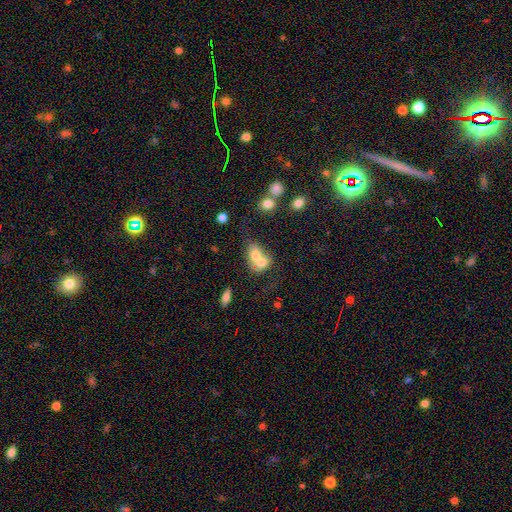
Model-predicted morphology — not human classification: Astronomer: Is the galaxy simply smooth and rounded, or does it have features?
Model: smooth — 66%.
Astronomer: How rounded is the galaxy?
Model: in between — 62%.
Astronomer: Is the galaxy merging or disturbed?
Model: merger — 72%.